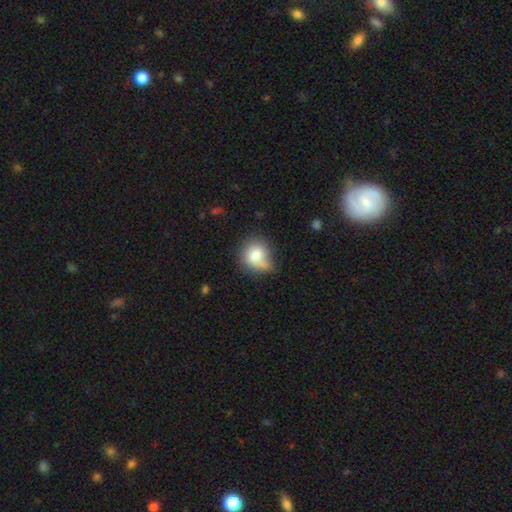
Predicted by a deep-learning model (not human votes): smooth_or_featured: smooth (p=0.76) [alt: featured or disk p=0.14]
how_rounded: round (p=0.64) [alt: in between p=0.35]
merging: none (p=0.41) [alt: minor disturbance p=0.33]